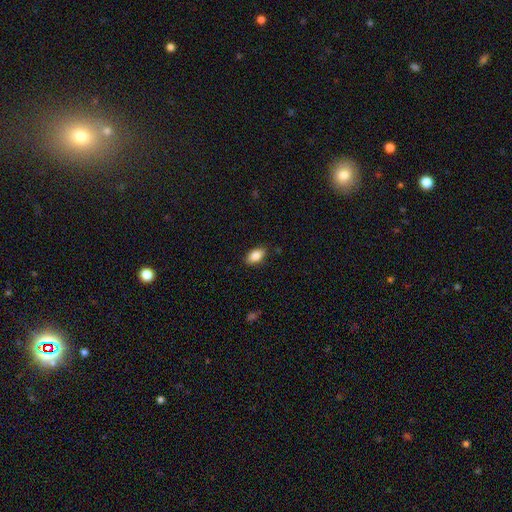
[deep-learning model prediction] A smooth galaxy with no disk features (86%) that is in between round and cigar-shaped (91%). Merging: none (85%).